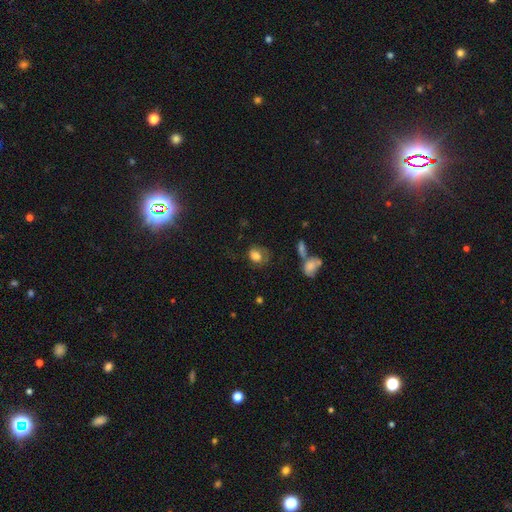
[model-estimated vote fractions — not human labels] A smooth galaxy with no disk features (72%) that is in between round and cigar-shaped (56%).

Vote fractions:
- Smooth or featured? smooth: 72% / featured or disk: 18% / star or artifact: 10%
- How rounded? in between: 56% / round: 42% / cigar-shaped: 1%
- Merging? none: 45% / minor disturbance: 27% / major disturbance: 24% / merger: 4%